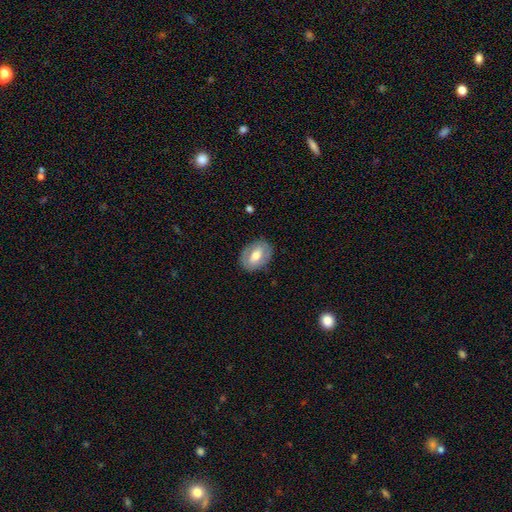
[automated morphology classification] smooth 52%, featured or disk 42%, star or artifact 6%. Down the decision tree: how rounded — in between (80%); merging — none (83%).